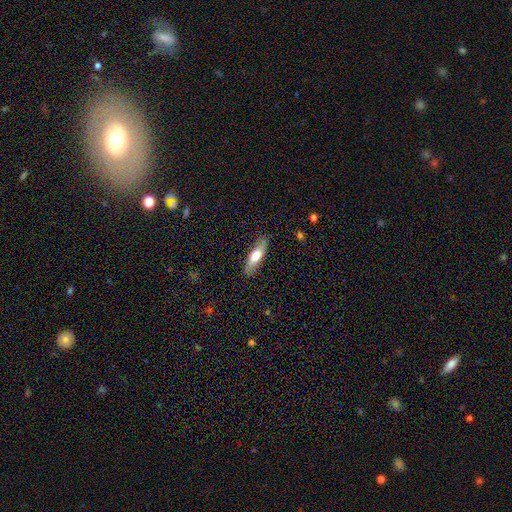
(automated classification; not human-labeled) This is likely a smooth galaxy (62%). How rounded: possibly cigar-shaped (54%). Merging: clearly none (83%).